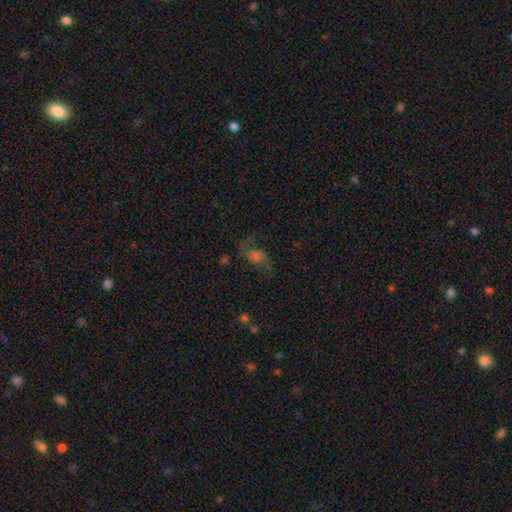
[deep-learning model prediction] Smooth or featured? Predicted: featured or disk (p=0.48). Merging? Predicted: none (p=0.57).